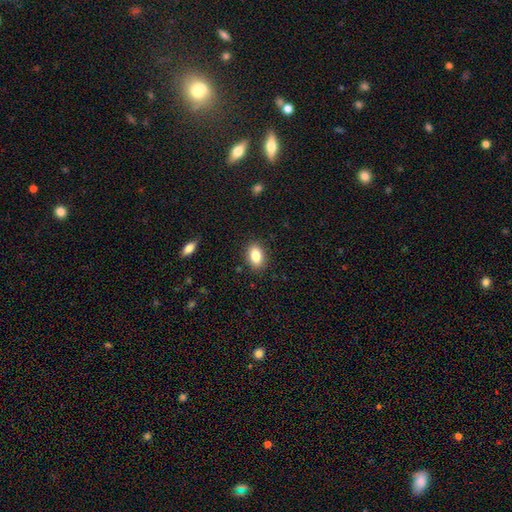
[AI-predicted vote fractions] Overall: smooth (84%). How rounded: in between (85%). Merging: none (88%).